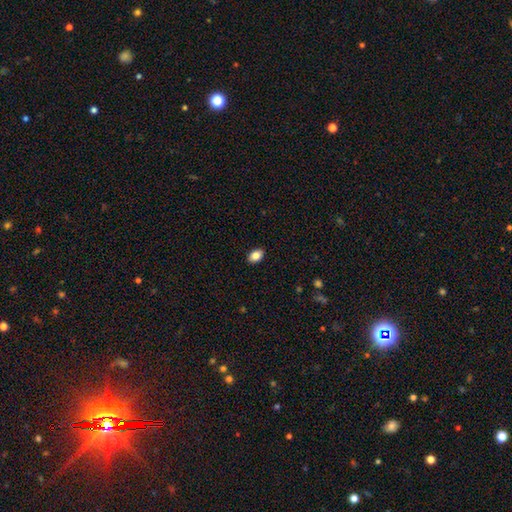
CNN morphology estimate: smooth 85%, star or artifact 8%, featured or disk 7%. Down the decision tree: how rounded — in between (85%); merging — none (89%).